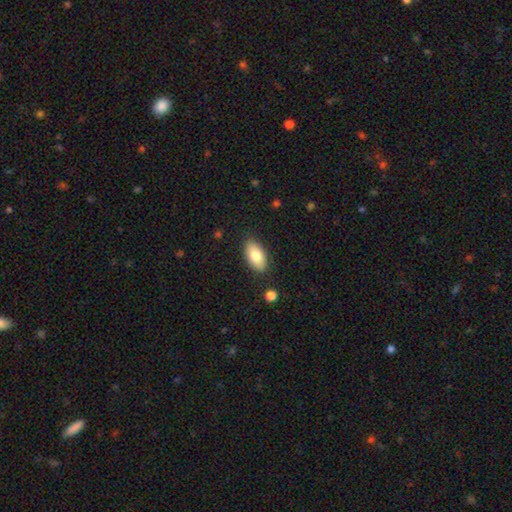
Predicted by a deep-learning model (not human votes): This appears to be a smooth galaxy with no disk features (78%) that is in between round and cigar-shaped (92%). Merging: none (87%).